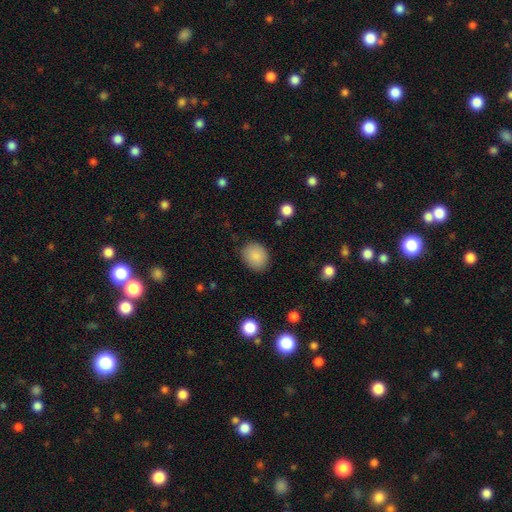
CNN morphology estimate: The model was most divided on "how rounded": round: 57%, in between: 42%, cigar-shaped: 1%. More confident: smooth or featured — smooth (87%); merging — none (84%).